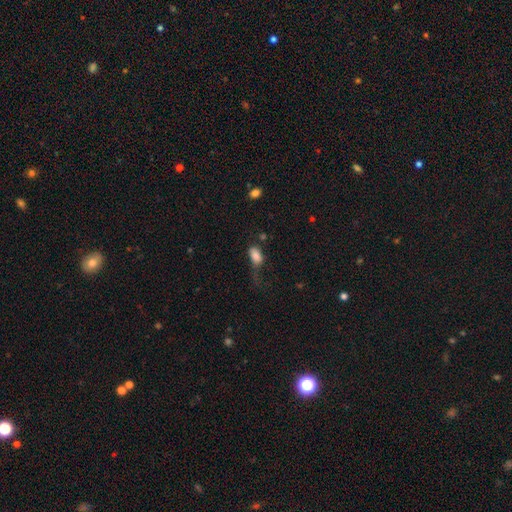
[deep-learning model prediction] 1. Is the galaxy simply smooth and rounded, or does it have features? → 82% smooth, 9% star or artifact, 9% featured or disk.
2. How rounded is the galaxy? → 89% in between, 8% round, 3% cigar-shaped.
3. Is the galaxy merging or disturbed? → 41% major disturbance, 28% none, 26% minor disturbance, 5% merger.